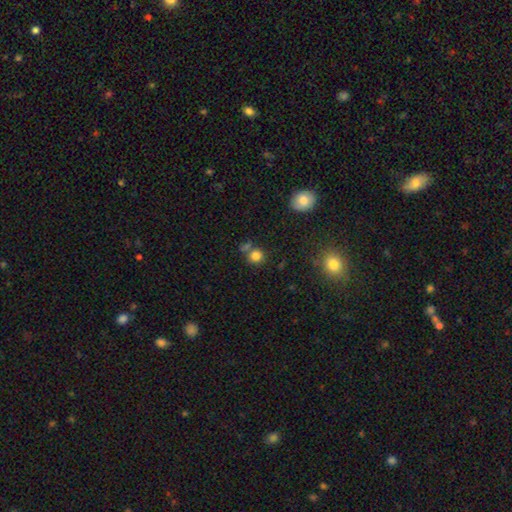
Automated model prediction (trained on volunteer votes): Q: Smooth or featured?
A: smooth (80%); runner-up: star or artifact (14%)
Q: How rounded?
A: round (87%); runner-up: in between (12%)
Q: Merging?
A: none (66%); runner-up: merger (20%)